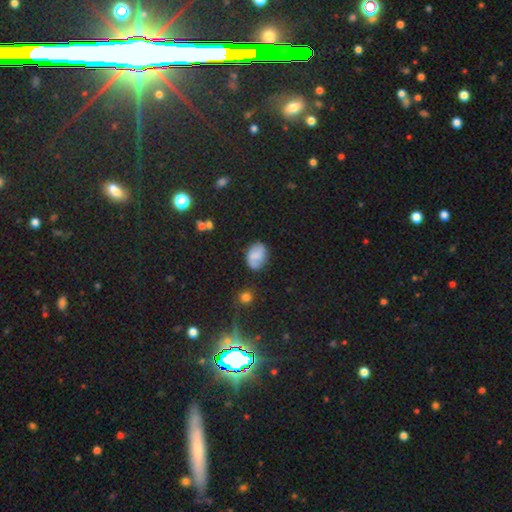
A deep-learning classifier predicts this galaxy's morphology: Q: Smooth or featured?
A: smooth (62%); runner-up: featured or disk (27%)
Q: How rounded?
A: in between (73%); runner-up: round (26%)
Q: Merging?
A: none (72%); runner-up: minor disturbance (20%)